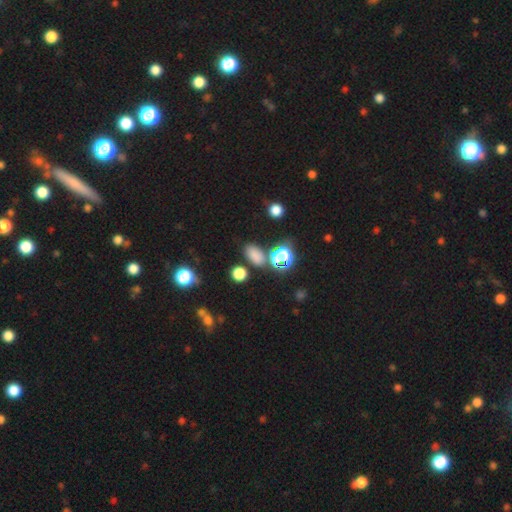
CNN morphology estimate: Smooth or featured? smooth (72%)
How rounded? in between (79%)
Merging? none (76%)